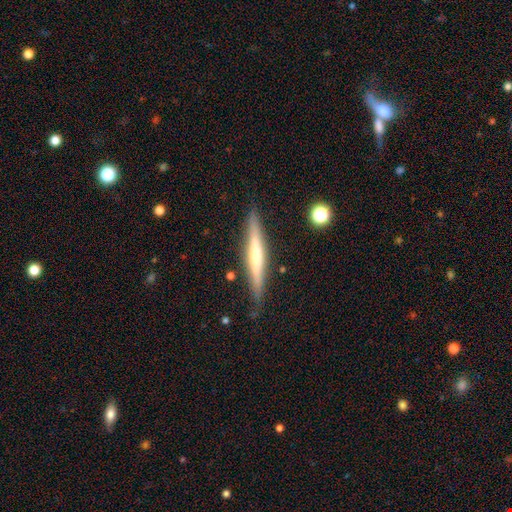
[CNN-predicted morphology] Smooth or featured? featured or disk (59%)
Edge-on disk? yes (96%)
Edge-on bulge? rounded (65%)
Merging? none (86%)